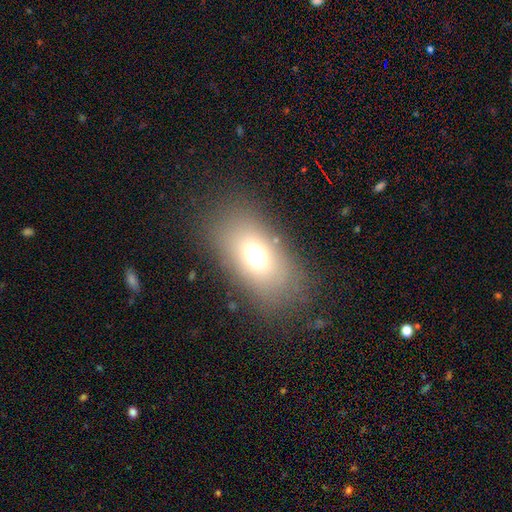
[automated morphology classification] Smooth or featured: smooth — 65% (featured or disk — 18%)
How rounded: in between — 82% (round — 15%)
Merging: none — 79% (minor disturbance — 11%)